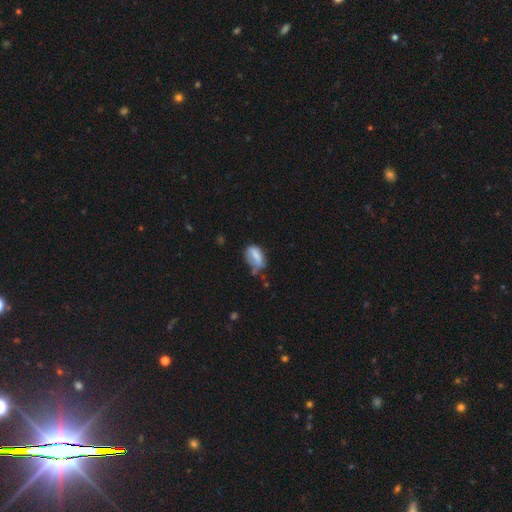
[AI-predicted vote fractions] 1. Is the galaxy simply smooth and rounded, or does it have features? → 69% smooth, 22% featured or disk, 9% star or artifact.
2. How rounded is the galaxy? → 82% in between, 10% cigar-shaped, 8% round.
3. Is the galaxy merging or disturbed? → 38% none (tied), 38% minor disturbance (tied), 17% major disturbance, 7% merger.